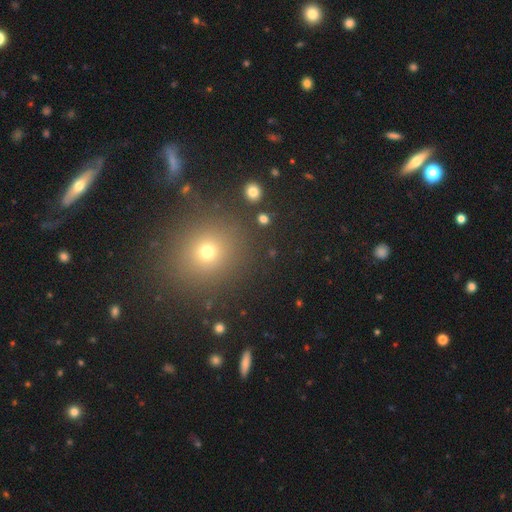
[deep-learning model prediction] Smooth or featured? smooth (53%)
How rounded? round (86%)
Merging? none (88%)